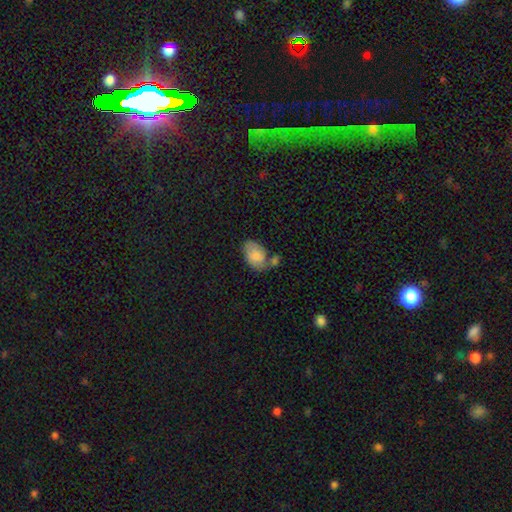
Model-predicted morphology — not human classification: Smooth or featured? Predicted: smooth (p=0.80). How rounded? Predicted: in between (p=0.88). Merging? Predicted: none (p=0.39).